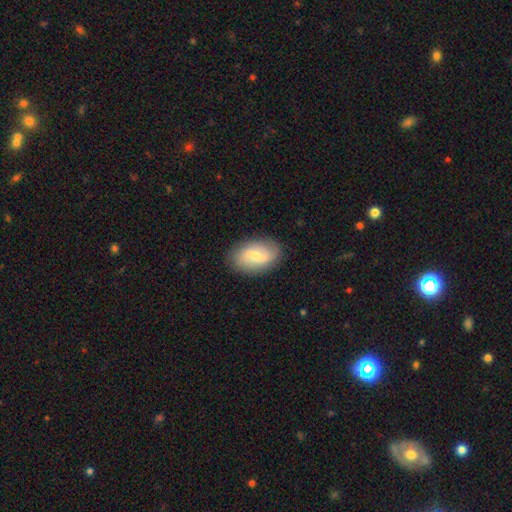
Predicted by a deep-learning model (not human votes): smooth-or-featured: smooth: 47% | featured or disk: 46% | star or artifact: 7%
  merging: none: 84% | minor disturbance: 11% | major disturbance: 3% | merger: 1%